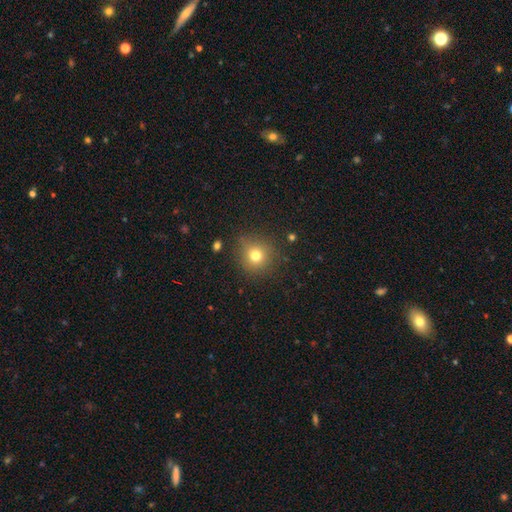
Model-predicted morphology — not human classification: A smooth galaxy with no disk features (76%) that is round (92%). Merging: none (86%).